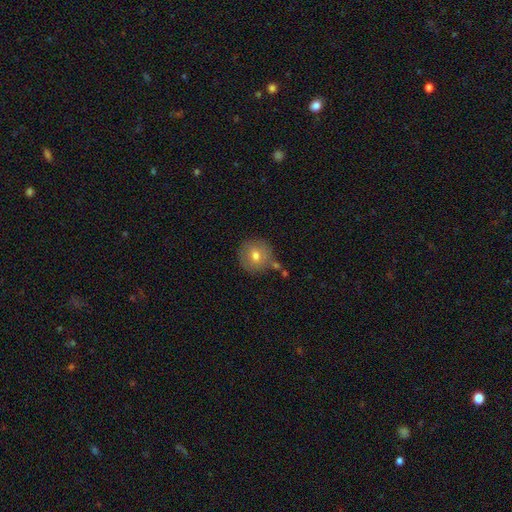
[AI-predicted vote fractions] This is likely a smooth galaxy (70%). How rounded: clearly round (91%). Merging: likely none (75%).